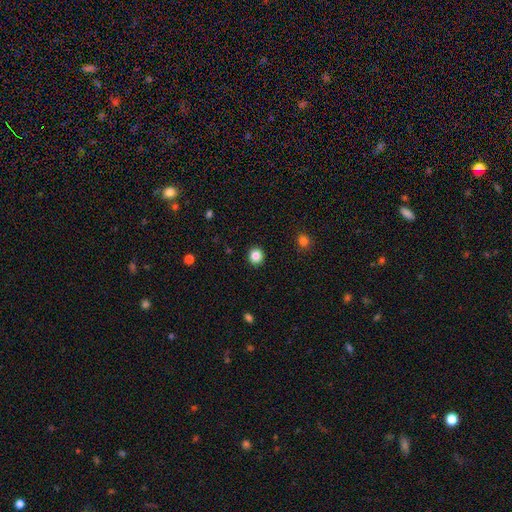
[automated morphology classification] Overall: smooth (85%). How rounded: round (91%). Merging: none (93%).